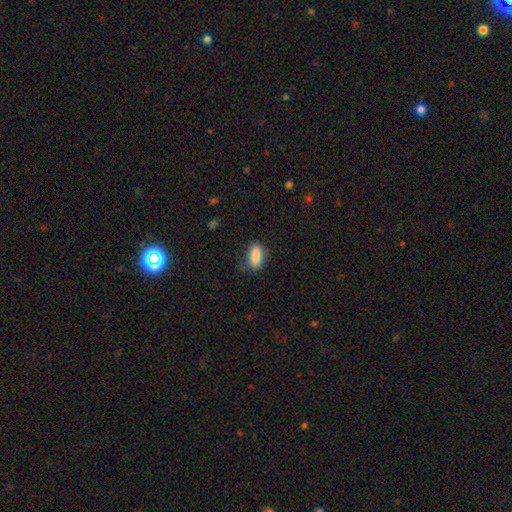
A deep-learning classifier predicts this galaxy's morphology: type=smooth (86%); roundness=in between (86%); merging=none (73%).